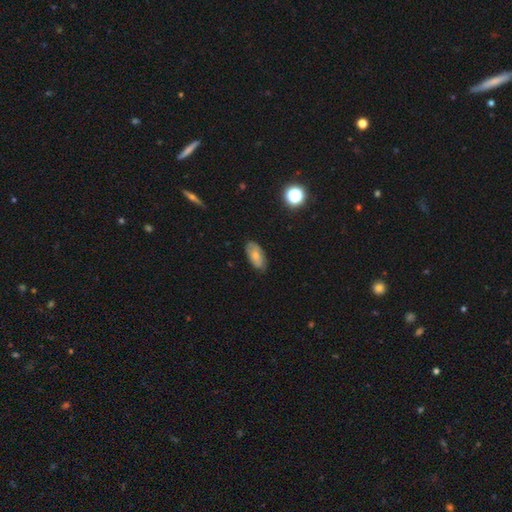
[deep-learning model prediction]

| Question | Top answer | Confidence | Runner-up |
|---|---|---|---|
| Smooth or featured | smooth | 66% | featured or disk (27%) |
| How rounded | in between | 92% | cigar-shaped (5%) |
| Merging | none | 78% | minor disturbance (18%) |